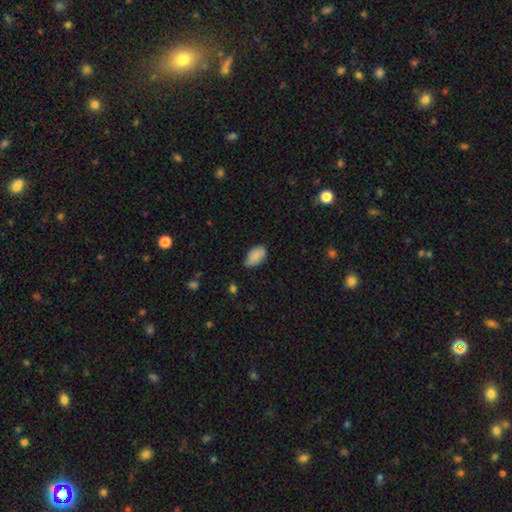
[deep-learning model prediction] smooth-or-featured: smooth: 84% | featured or disk: 9% | star or artifact: 7%
  how-rounded: in between: 94% | round: 4% | cigar-shaped: 2%
  merging: none: 70% | minor disturbance: 25% | major disturbance: 3% | merger: 1%